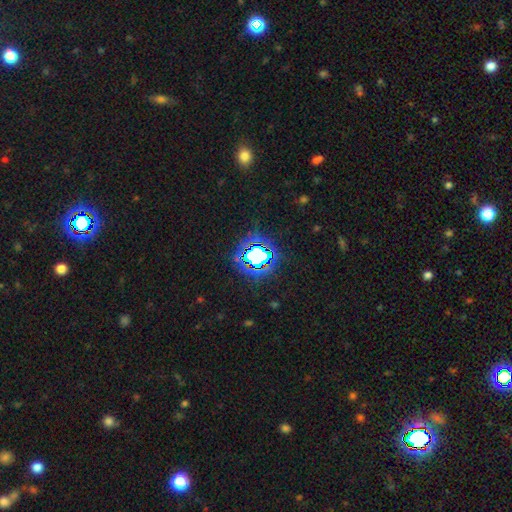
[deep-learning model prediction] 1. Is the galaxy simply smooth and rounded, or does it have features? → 65% star or artifact, 23% smooth, 12% featured or disk.